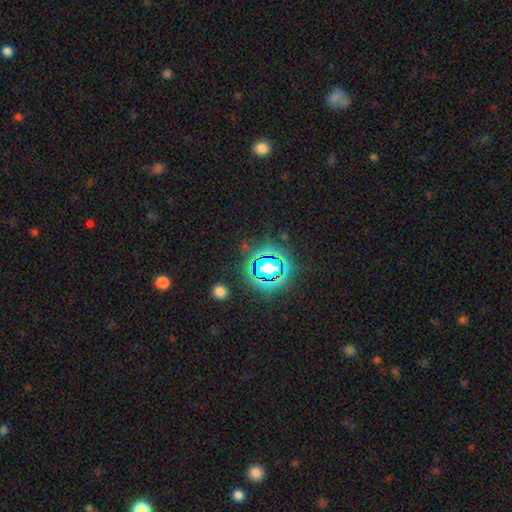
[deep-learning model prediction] This is likely a star or artifact rather than a galaxy (78%).